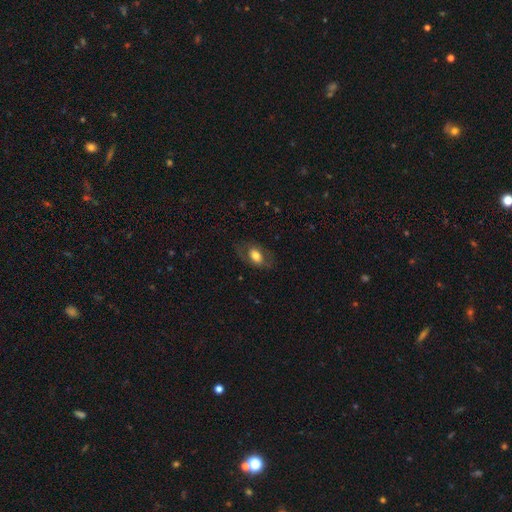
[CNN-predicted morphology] A smooth galaxy with no disk features (64%) that is in between round and cigar-shaped (86%). Merging: none (68%).